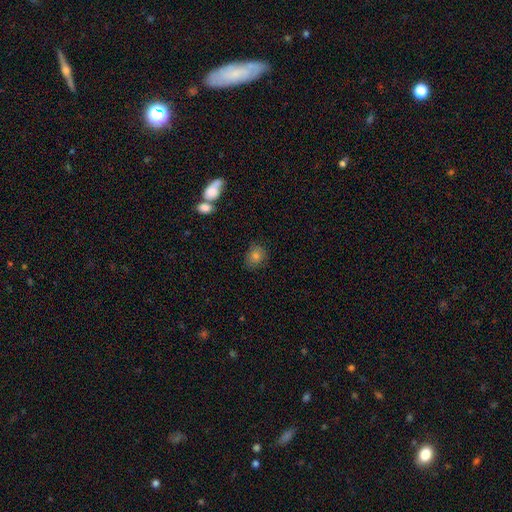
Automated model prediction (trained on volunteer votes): Smooth or featured? smooth (74%)
How rounded? round (67%)
Merging? none (78%)